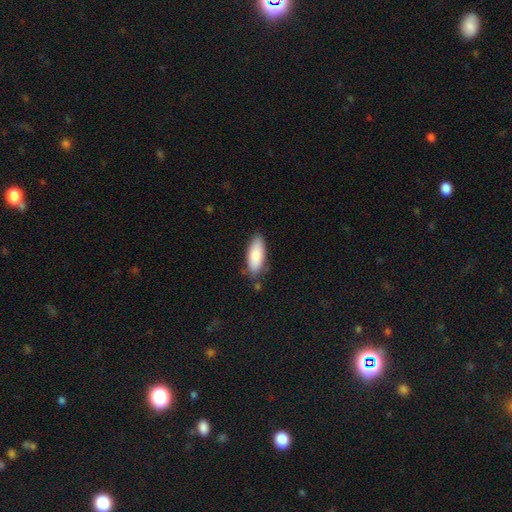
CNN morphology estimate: smooth-or-featured: smooth: 84% | featured or disk: 10% | star or artifact: 6%
  how-rounded: in between: 79% | cigar-shaped: 19% | round: 2%
  merging: none: 76% | minor disturbance: 18% | major disturbance: 3% | merger: 3%